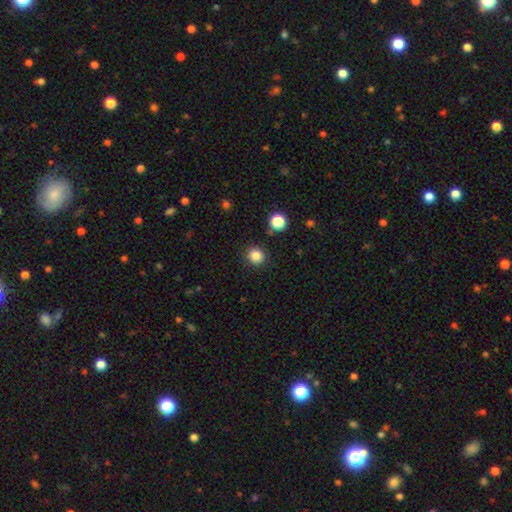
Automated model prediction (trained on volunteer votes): smooth 84%, star or artifact 12%, featured or disk 4%. Down the decision tree: how rounded — round (90%); merging — none (89%).